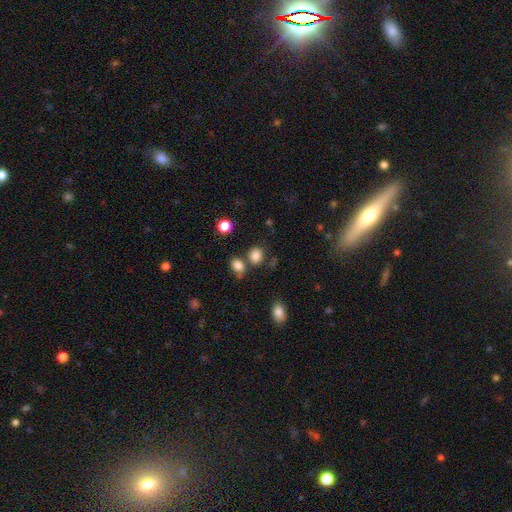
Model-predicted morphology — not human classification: smooth_or_featured: smooth (p=0.83) [alt: star or artifact p=0.12]
how_rounded: round (p=0.67) [alt: in between p=0.32]
merging: none (p=0.67) [alt: merger p=0.16]